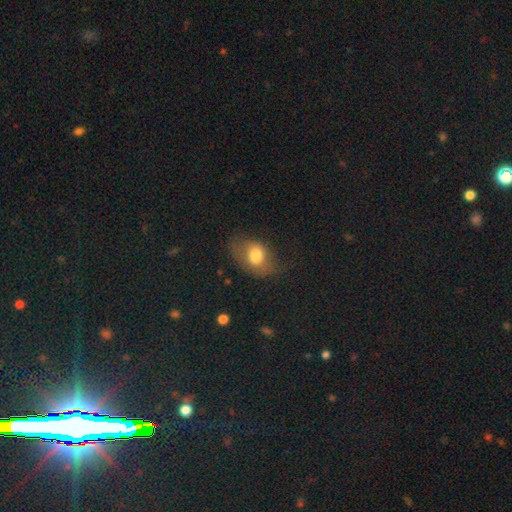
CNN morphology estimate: Smooth or featured: smooth — 73% (featured or disk — 18%)
How rounded: in between — 73% (round — 26%)
Merging: none — 49% (minor disturbance — 29%)